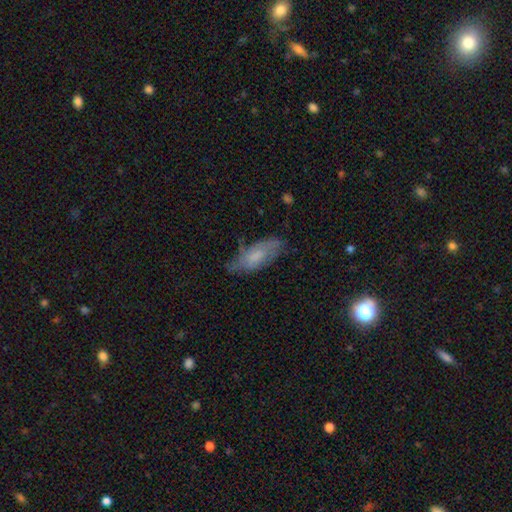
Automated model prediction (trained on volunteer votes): Overall: smooth (54%; featured or disk 38%). How rounded: in between (77%). Merging: none (61%; minor disturbance 28%).